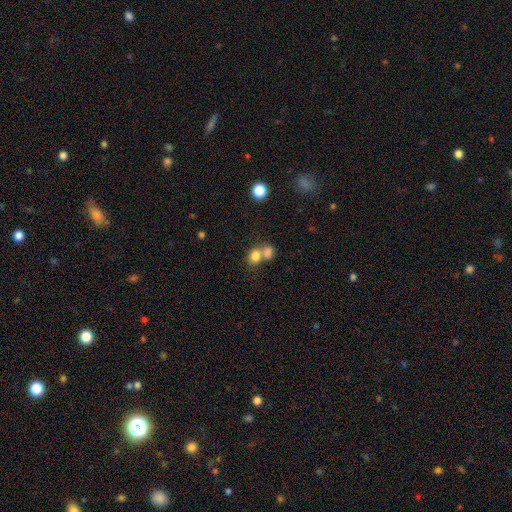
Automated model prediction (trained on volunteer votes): A smooth galaxy with no disk features (78%) that is in between round and cigar-shaped (50%).

Vote fractions:
- Smooth or featured? smooth: 78% / featured or disk: 11% / star or artifact: 11%
- How rounded? in between: 50% / round: 48% / cigar-shaped: 1%
- Merging? merger: 60% / none: 29% / minor disturbance: 7% / major disturbance: 4%